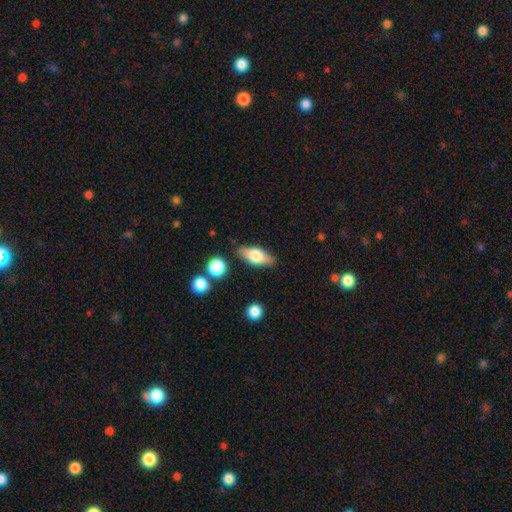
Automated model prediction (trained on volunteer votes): Smooth or featured? smooth (59%)
How rounded? in between (77%)
Merging? none (82%)